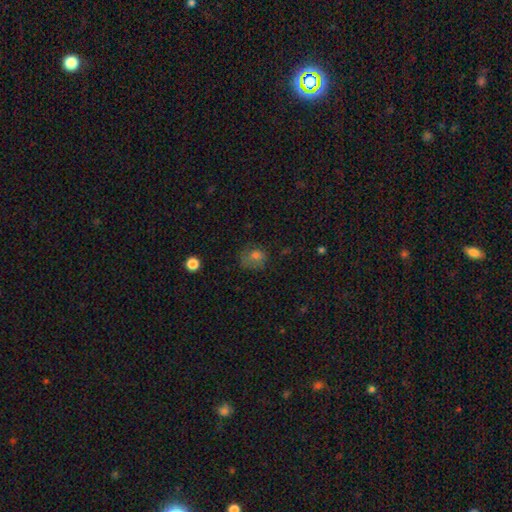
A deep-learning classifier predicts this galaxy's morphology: Smooth or featured? smooth (69%)
How rounded? round (59%)
Merging? none (48%)